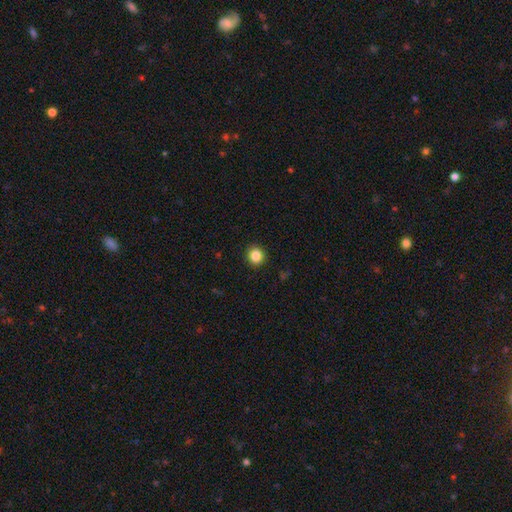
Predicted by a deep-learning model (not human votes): Smooth or featured?
  - smooth: 85% *
  - star or artifact: 11%
  - featured or disk: 4%
How rounded?
  - round: 89% *
  - in between: 10%
  - cigar-shaped: 1%
Merging?
  - none: 92% *
  - minor disturbance: 5%
  - major disturbance: 2%
  - merger: 1%